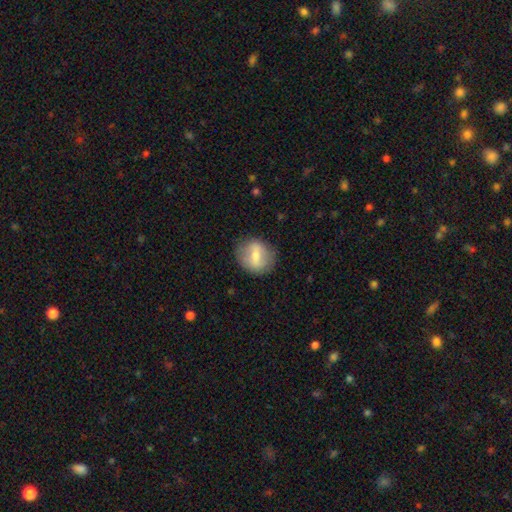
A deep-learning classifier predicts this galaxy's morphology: Q: Smooth or featured?
A: smooth (49%); runner-up: featured or disk (44%)
Q: Merging?
A: none (83%); runner-up: minor disturbance (12%)